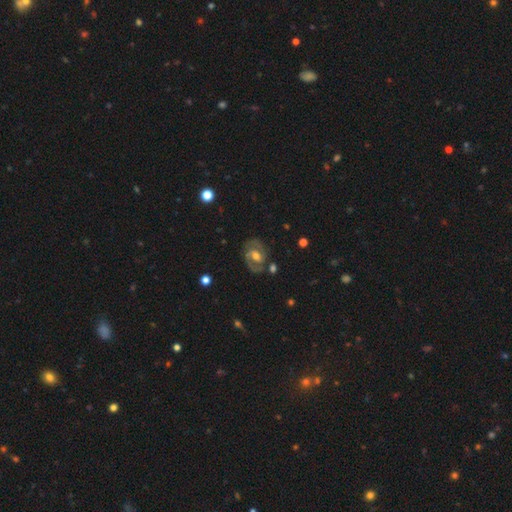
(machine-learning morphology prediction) Smooth or featured? featured or disk (86%)
Edge-on disk? no (97%)
Bar? weak (51%)
Spiral arms? yes (96%)
Spiral winding? medium (54%)
Spiral arm count? 2 (89%)
Bulge size? moderate (63%)
Merging? none (78%)